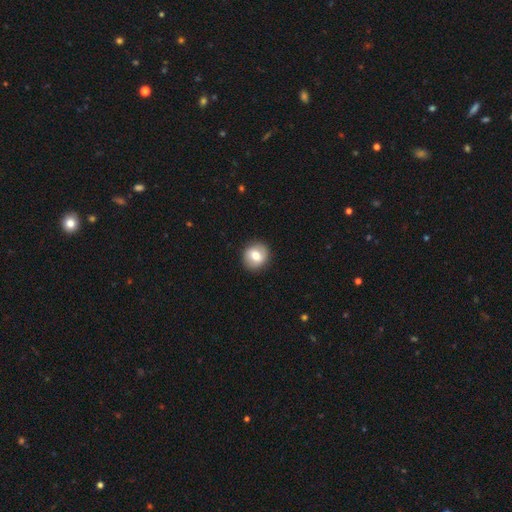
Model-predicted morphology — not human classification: The model was most divided on "smooth or featured": smooth: 69%, featured or disk: 23%, star or artifact: 8%. More confident: merging — none (89%); how rounded — round (87%).